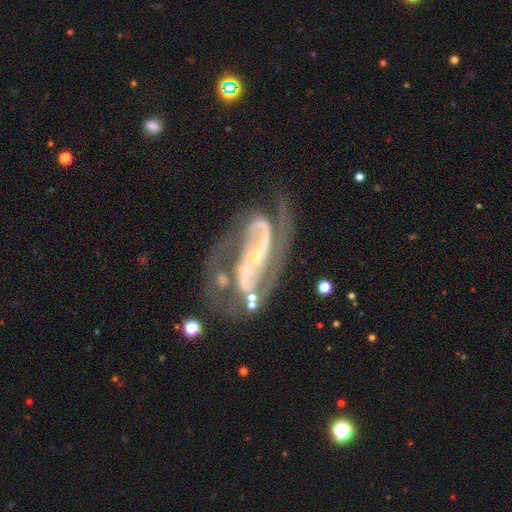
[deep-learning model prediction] Smooth or featured? Predicted: featured or disk (p=0.89). Edge-on disk? Predicted: no (p=0.95). Bar? Predicted: strong (p=0.43). Spiral arms? Predicted: yes (p=0.95). Spiral winding? Predicted: medium (p=0.51). Spiral arm count? Predicted: 2 (p=0.78). Bulge size? Predicted: small (p=0.78). Merging? Predicted: none (p=0.56).